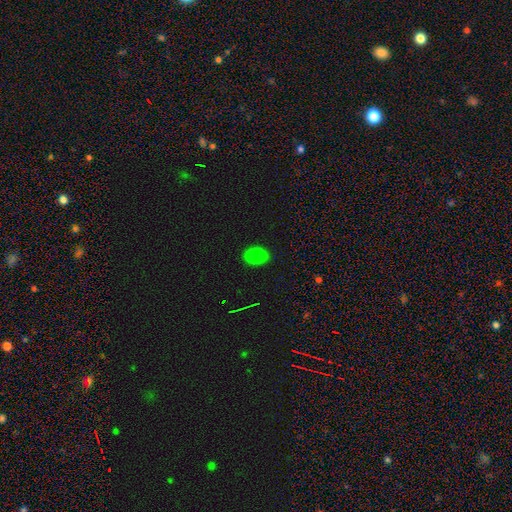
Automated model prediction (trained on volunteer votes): A smooth galaxy with no disk features (81%) that is in between round and cigar-shaped (78%). Merging: none (86%).